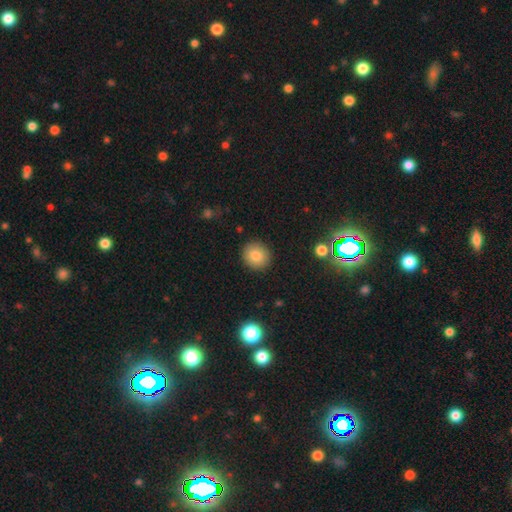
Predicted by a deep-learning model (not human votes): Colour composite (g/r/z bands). It shows a smooth galaxy with no disk features (82%) that is round (87%). Merging: none (90%).